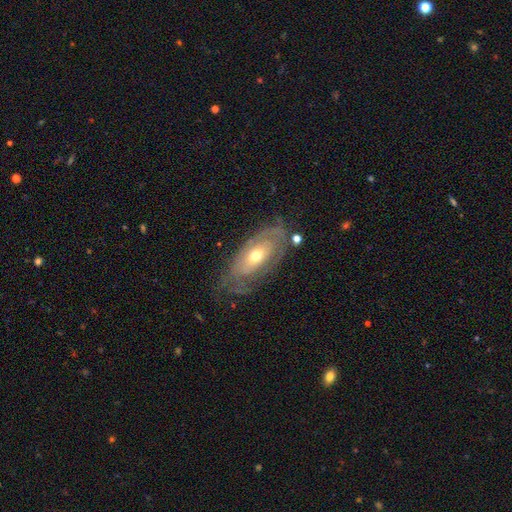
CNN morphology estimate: Smooth or featured: featured or disk — 72% (smooth — 22%)
Edge-on disk: no — 89% (yes — 11%)
Bar: no — 80% (weak — 16%)
Spiral arms: yes — 67% (no — 33%)
Bulge size: moderate — 60% (small — 34%)
Merging: none — 64% (minor disturbance — 22%)